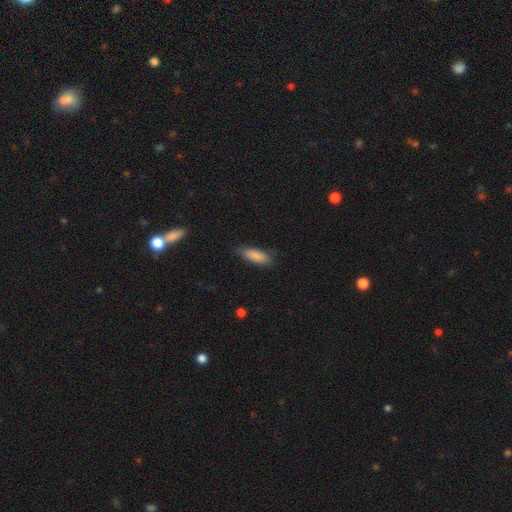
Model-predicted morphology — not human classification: A smooth galaxy with no disk features (88%) that is in between round and cigar-shaped (64%).

Vote fractions:
- Smooth or featured? smooth: 88% / featured or disk: 6% / star or artifact: 6%
- How rounded? in between: 64% / cigar-shaped: 34% / round: 2%
- Merging? none: 81% / minor disturbance: 15% / major disturbance: 3% / merger: 1%